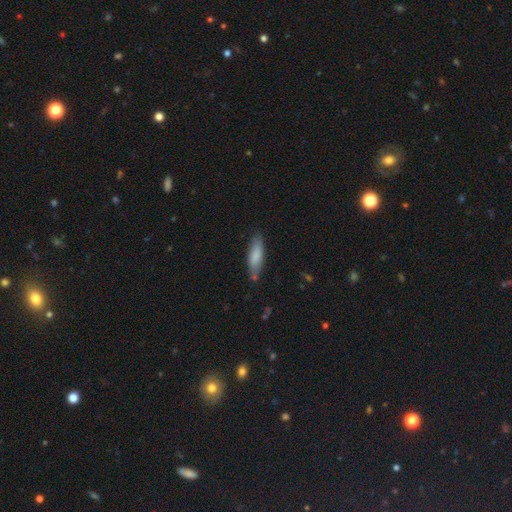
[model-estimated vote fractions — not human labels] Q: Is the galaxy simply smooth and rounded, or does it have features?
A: smooth — 81%.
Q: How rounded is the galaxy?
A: cigar-shaped — 58%.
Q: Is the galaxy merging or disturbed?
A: none — 76%.